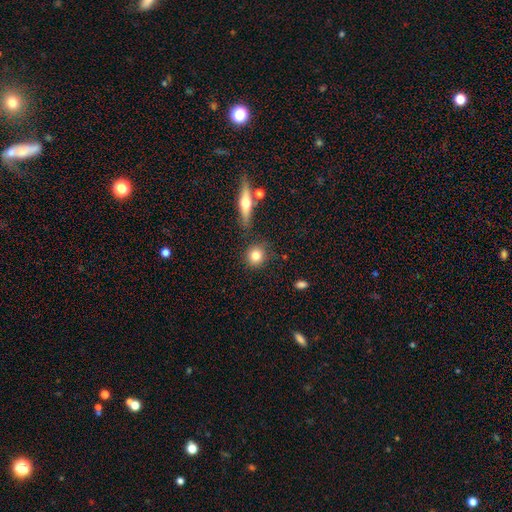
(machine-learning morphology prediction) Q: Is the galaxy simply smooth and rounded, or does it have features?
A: smooth — 80%.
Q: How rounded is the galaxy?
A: round — 85%.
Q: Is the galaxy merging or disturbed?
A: none — 81%.